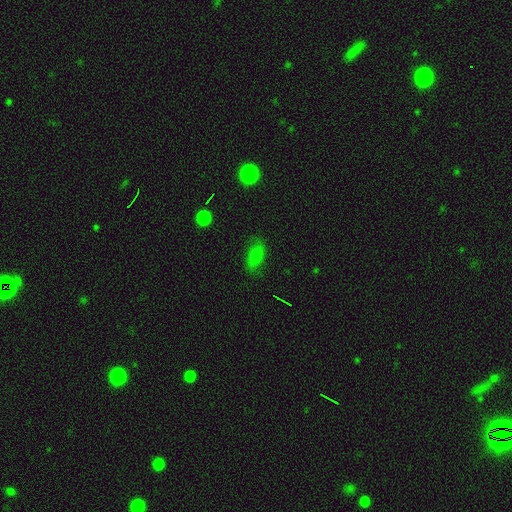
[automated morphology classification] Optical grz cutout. It shows a smooth galaxy with no disk features (70%) that is in between round and cigar-shaped (88%). Merging: none (73%).